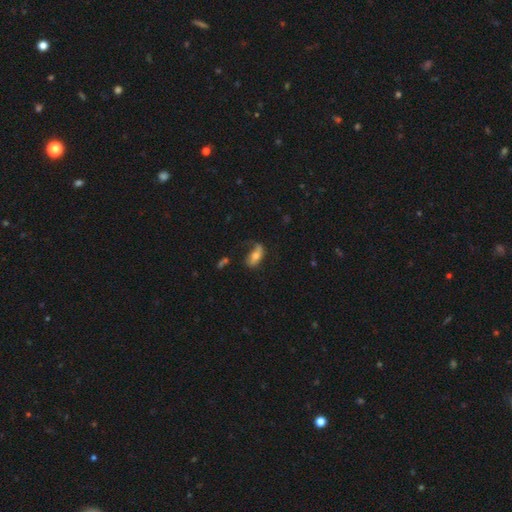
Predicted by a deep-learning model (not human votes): A smooth galaxy with no disk features (57%) that is in between round and cigar-shaped (85%). Merging: none (44%).